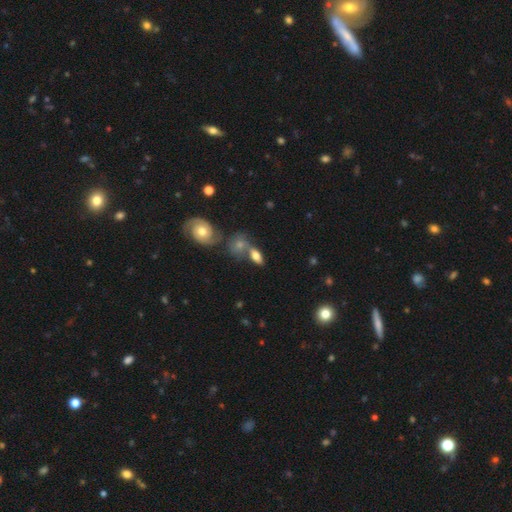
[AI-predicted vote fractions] This appears to be a smooth galaxy with no disk features (66%) that is in between round and cigar-shaped (84%). Merging: none (42%).